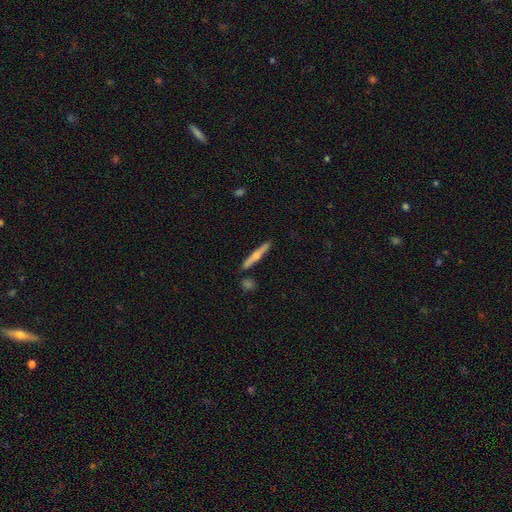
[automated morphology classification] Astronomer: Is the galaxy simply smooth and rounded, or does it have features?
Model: featured or disk — 50% (runner-up: smooth, 44%).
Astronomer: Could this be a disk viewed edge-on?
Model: yes — 97%.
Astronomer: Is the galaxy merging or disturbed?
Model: none — 86%.